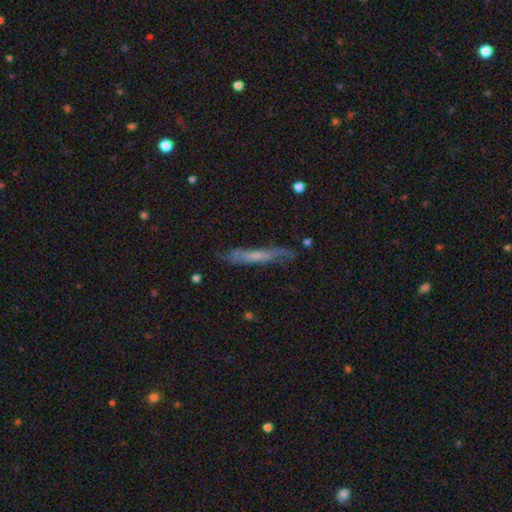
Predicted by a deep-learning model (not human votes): Q: Smooth or featured?
A: featured or disk (52%); runner-up: smooth (40%)
Q: Edge-on disk?
A: yes (72%); runner-up: no (28%)
Q: Merging?
A: none (67%); runner-up: minor disturbance (22%)